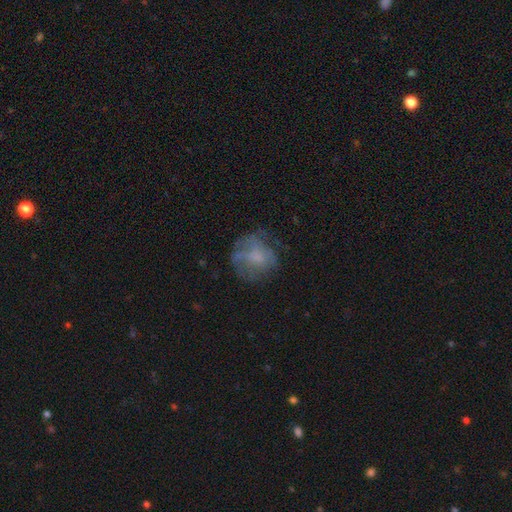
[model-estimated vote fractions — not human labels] This is possibly a smooth galaxy (51%). How rounded: likely round (75%). Merging: possibly none (55%).